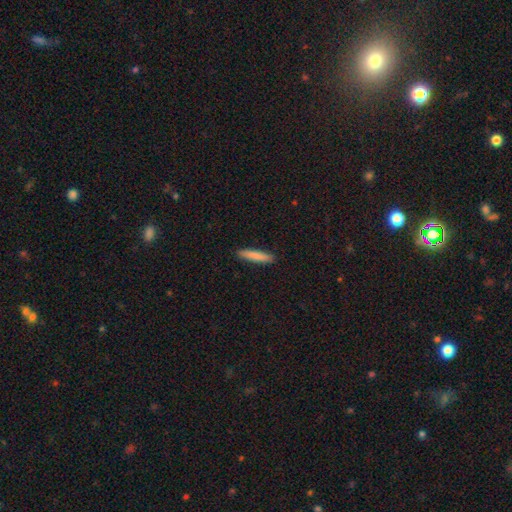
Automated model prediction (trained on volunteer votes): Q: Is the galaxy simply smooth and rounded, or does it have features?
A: smooth — 84%.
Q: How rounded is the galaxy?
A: cigar-shaped — 90%.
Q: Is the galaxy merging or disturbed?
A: none — 91%.